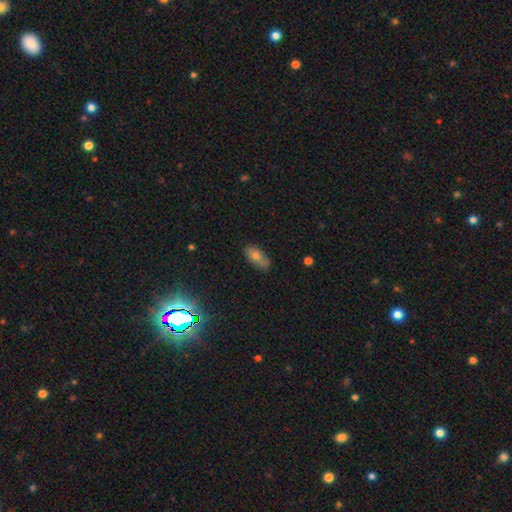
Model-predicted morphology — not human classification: type=smooth (67%); roundness=in between (85%); merging=none (71%).